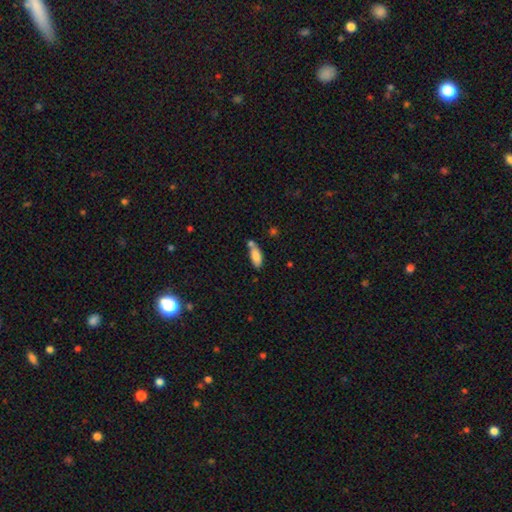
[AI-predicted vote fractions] This appears to be a smooth galaxy with no disk features (84%) that is in between round and cigar-shaped (77%). Merging: none (46%).